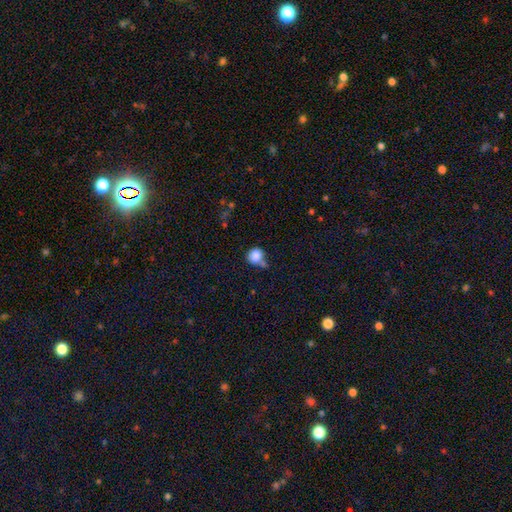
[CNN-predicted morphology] A smooth galaxy with no disk features (83%) that is round (80%). Merging: none (44%).